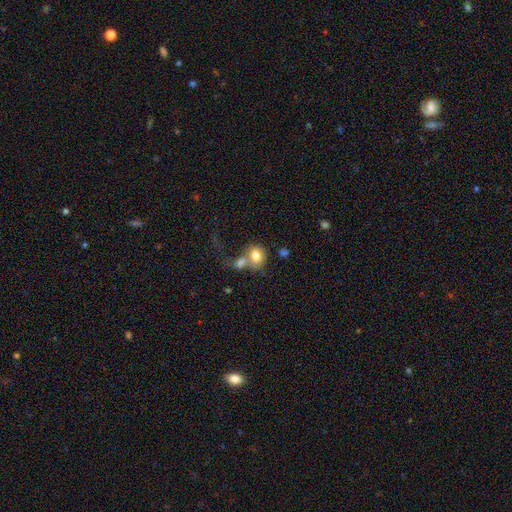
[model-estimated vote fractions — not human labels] smooth 77%, featured or disk 14%, star or artifact 9%. Down the decision tree: how rounded — round (51%); merging — merger (54%).